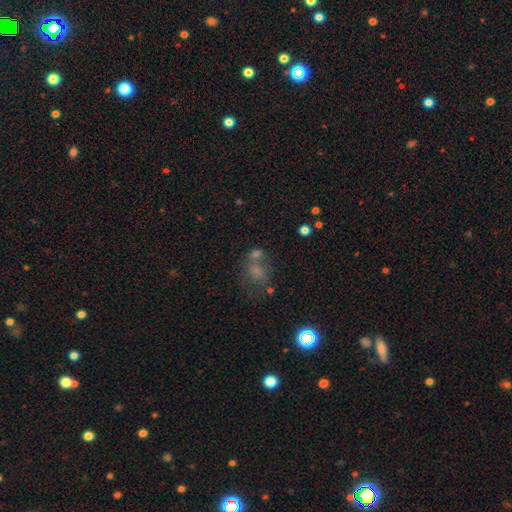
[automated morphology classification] A smooth galaxy with no disk features (54%) that is in between round and cigar-shaped (57%). Merging: none (38%).